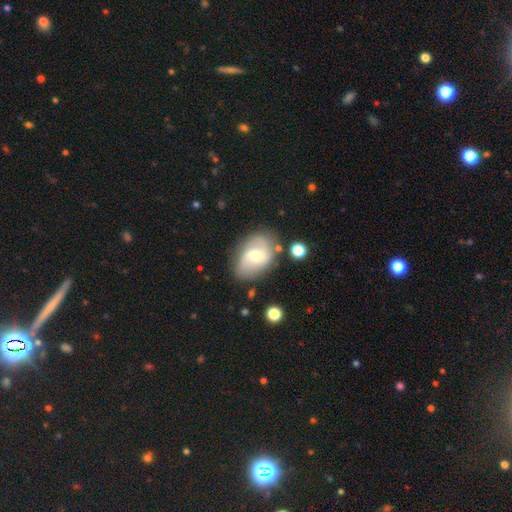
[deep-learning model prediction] A featured or disk galaxy (54%) with a weak bar (50%), spiral arms (76%) and a moderate central bulge (55%).

Vote fractions:
- Smooth or featured? featured or disk: 54% / smooth: 38% / star or artifact: 8%
- Edge-on disk? no: 95% / yes: 5%
- Bar? weak: 50% / no: 33% / strong: 17%
- Spiral arms? yes: 76% / no: 24%
- Bulge size? moderate: 55% / small: 37% / large: 5% / none: 1% / dominant: 1%
- Merging? none: 72% / minor disturbance: 17% / major disturbance: 6% / merger: 4%